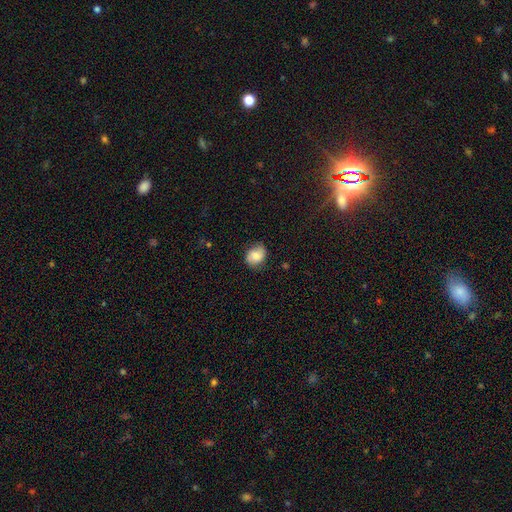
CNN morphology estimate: A smooth galaxy with no disk features (73%) that is round (53%).

Vote fractions:
- Smooth or featured? smooth: 73% / featured or disk: 19% / star or artifact: 9%
- How rounded? round: 53% / in between: 46% / cigar-shaped: 1%
- Merging? none: 72% / minor disturbance: 22% / major disturbance: 5% / merger: 1%